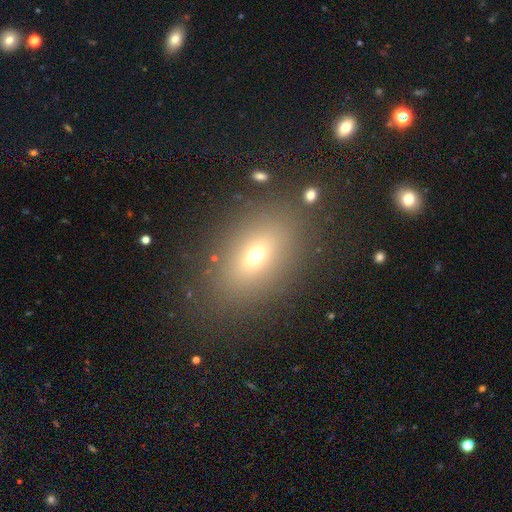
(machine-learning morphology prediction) Smooth or featured? smooth (63%)
How rounded? in between (78%)
Merging? none (84%)